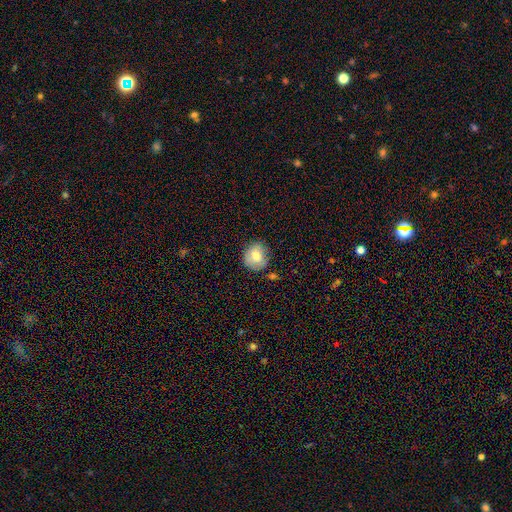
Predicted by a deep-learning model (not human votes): Overall: smooth (76%). How rounded: round (82%). Merging: none (73%).